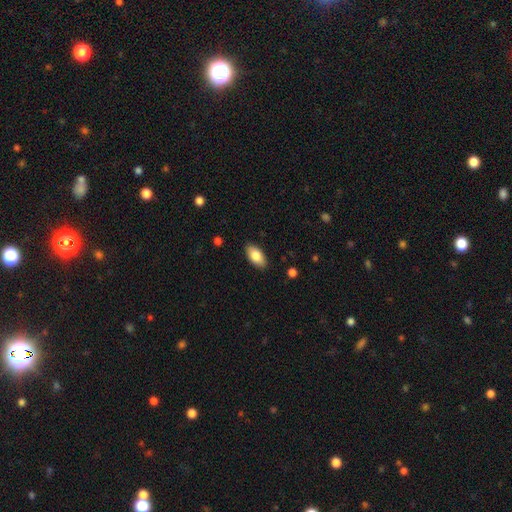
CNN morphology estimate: Overall: smooth (83%). How rounded: in between (93%). Merging: none (88%).